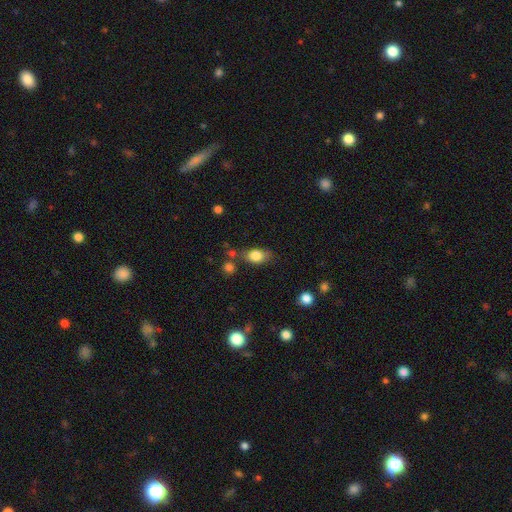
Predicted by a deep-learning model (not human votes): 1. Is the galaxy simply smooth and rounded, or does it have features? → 82% smooth, 9% featured or disk, 9% star or artifact.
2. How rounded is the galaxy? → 74% in between, 23% round, 3% cigar-shaped.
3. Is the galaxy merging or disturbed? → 63% none, 21% minor disturbance, 9% merger, 7% major disturbance.